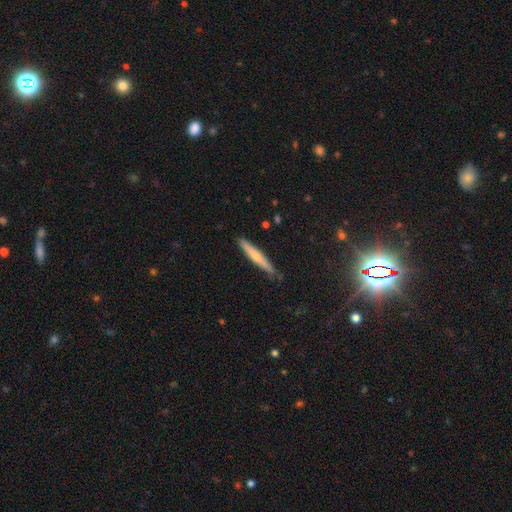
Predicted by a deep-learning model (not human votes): This is possibly a smooth galaxy (54%). How rounded: clearly cigar-shaped (93%). Merging: clearly none (84%).